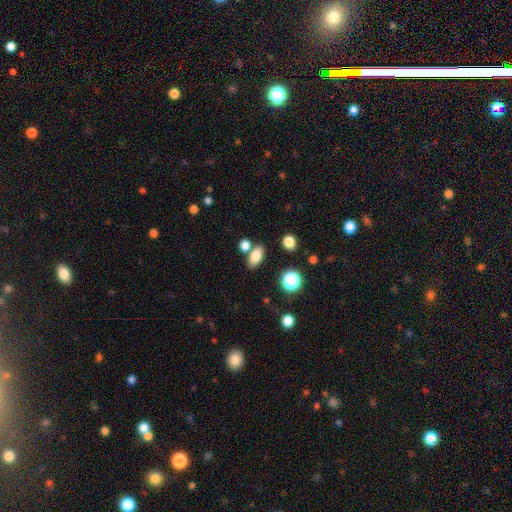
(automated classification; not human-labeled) smooth 80%, star or artifact 11%, featured or disk 9%. Down the decision tree: how rounded — in between (85%); merging — none (72%).